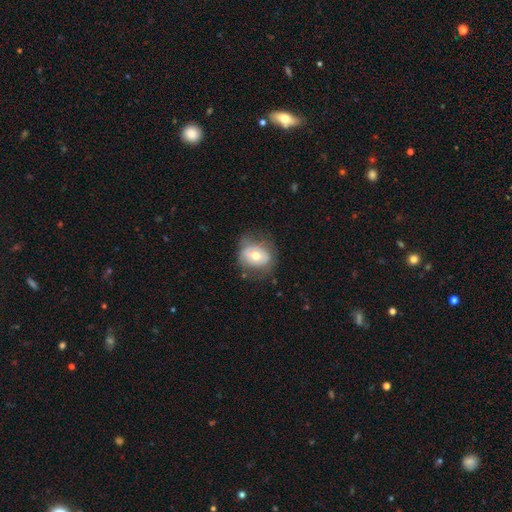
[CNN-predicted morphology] A smooth galaxy with no disk features (59%) that is round (58%). Merging: none (60%).